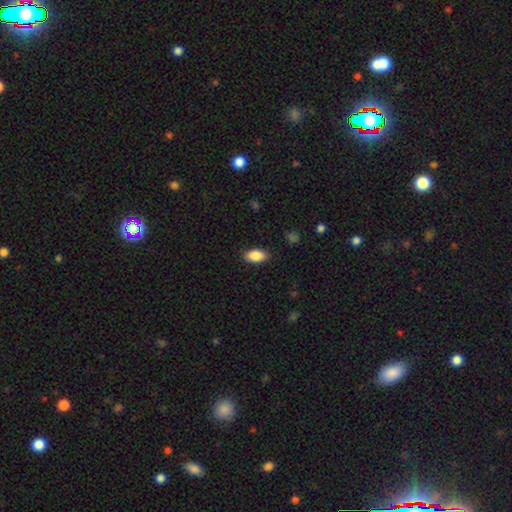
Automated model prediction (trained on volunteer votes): Smooth or featured? smooth (87%)
How rounded? in between (91%)
Merging? none (87%)